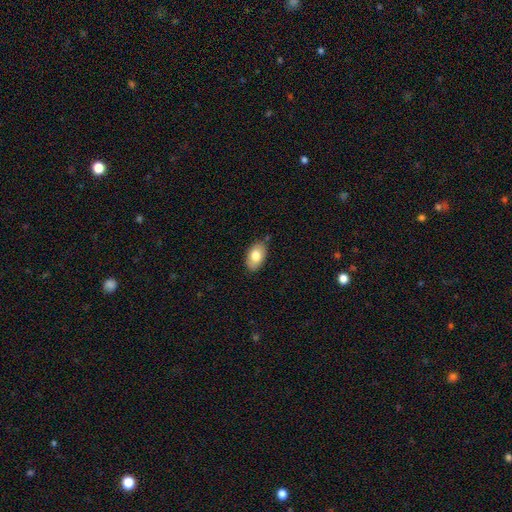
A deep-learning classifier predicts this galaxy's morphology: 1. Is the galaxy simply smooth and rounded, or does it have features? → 78% smooth, 15% featured or disk, 7% star or artifact.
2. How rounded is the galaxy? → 92% in between, 7% round, 1% cigar-shaped.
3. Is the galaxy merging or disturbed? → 82% none, 14% minor disturbance, 2% major disturbance, 2% merger.